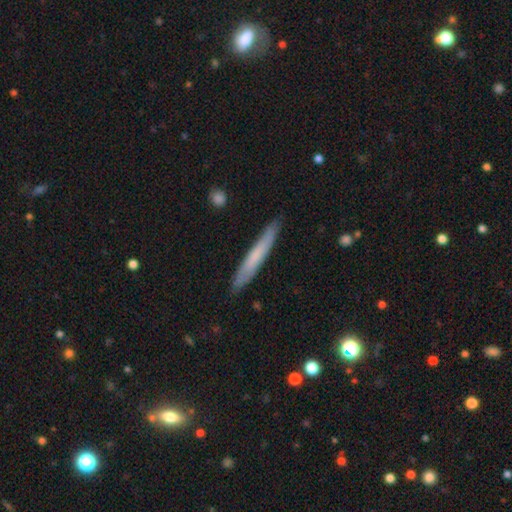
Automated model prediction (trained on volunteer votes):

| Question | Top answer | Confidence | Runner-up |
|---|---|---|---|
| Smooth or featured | smooth | 60% | featured or disk (34%) |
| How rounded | cigar-shaped | 95% | in between (3%) |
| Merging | none | 88% | minor disturbance (9%) |